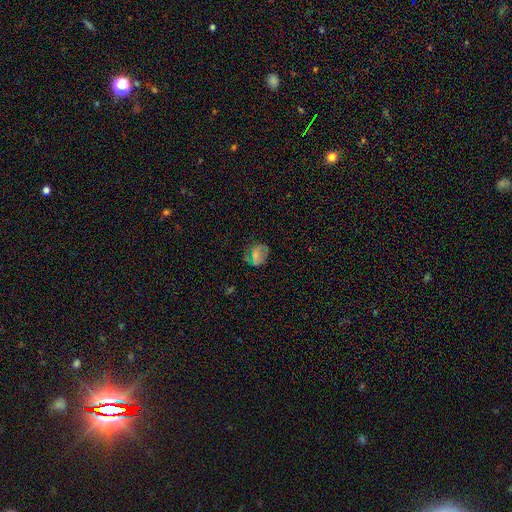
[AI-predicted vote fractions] A smooth galaxy with no disk features (59%) that is round (51%).

Vote fractions:
- Smooth or featured? smooth: 59% / star or artifact: 23% / featured or disk: 18%
- How rounded? round: 51% / in between: 46% / cigar-shaped: 2%
- Merging? none: 63% / minor disturbance: 22% / major disturbance: 12% / merger: 3%